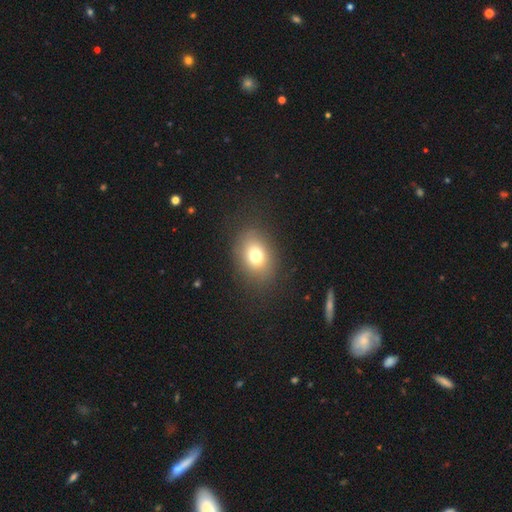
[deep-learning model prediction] smooth_or_featured: smooth (p=0.74) [alt: featured or disk p=0.14]
how_rounded: in between (p=0.66) [alt: round p=0.33]
merging: none (p=0.82) [alt: minor disturbance p=0.11]